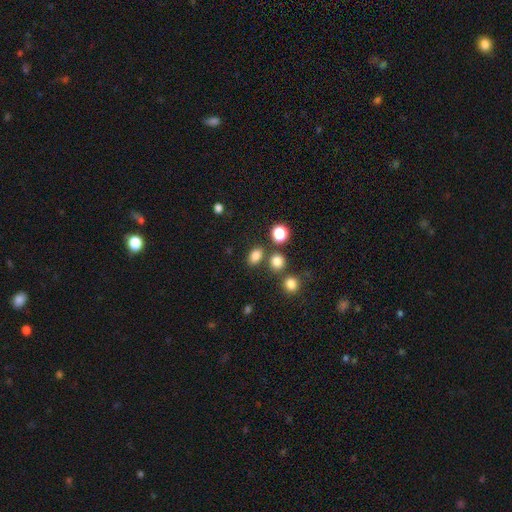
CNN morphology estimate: A smooth galaxy with no disk features (80%) that is in between round and cigar-shaped (71%). Merging: none (74%).